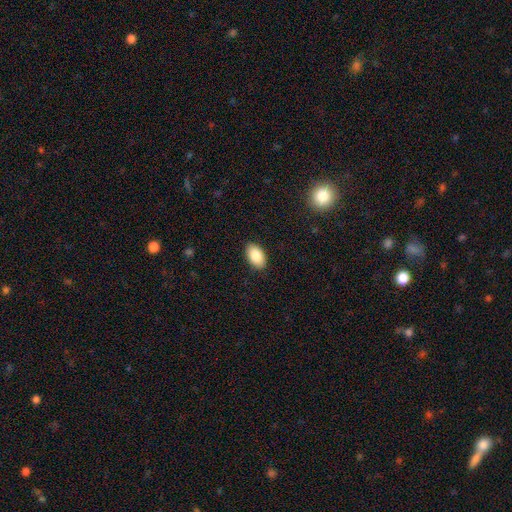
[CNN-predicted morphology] A smooth galaxy with no disk features (86%) that is in between round and cigar-shaped (93%). Merging: none (89%).